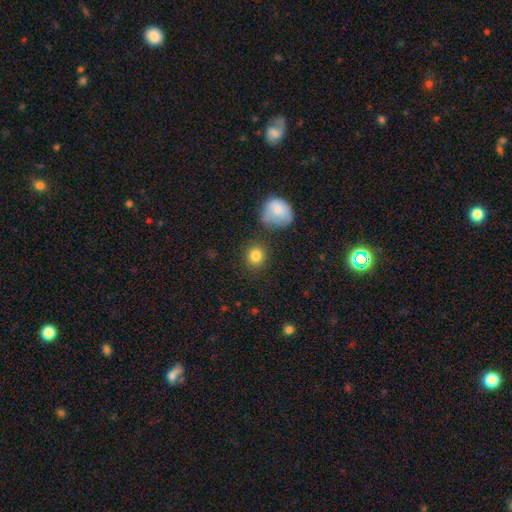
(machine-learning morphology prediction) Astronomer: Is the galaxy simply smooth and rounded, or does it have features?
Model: smooth — 85%.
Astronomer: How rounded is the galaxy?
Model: round — 85%.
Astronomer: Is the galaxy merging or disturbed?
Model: none — 81%.